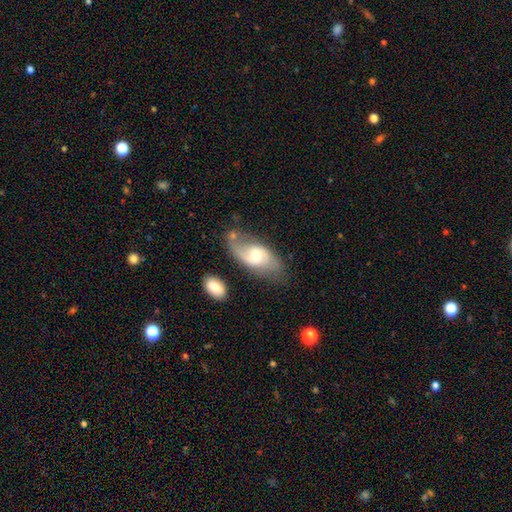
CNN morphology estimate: Smooth or featured?
  - featured or disk: 66% *
  - smooth: 28%
  - star or artifact: 6%
Edge-on disk?
  - no: 94% *
  - yes: 6%
Bar?
  - weak: 51% *
  - no: 38%
  - strong: 11%
Spiral arms?
  - yes: 87% *
  - no: 13%
Spiral winding?
  - loose: 48% *
  - medium: 40%
  - tight: 12%
Spiral arm count?
  - 2: 78% *
  - 1: 10%
  - can't tell: 8%
  - 3: 1%
  - 4: 1%
  - more than 4: 1%
Bulge size?
  - moderate: 56% *
  - small: 32%
  - large: 9%
  - none: 2%
  - dominant: 1%
Merging?
  - none: 52% *
  - minor disturbance: 24%
  - major disturbance: 14%
  - merger: 10%